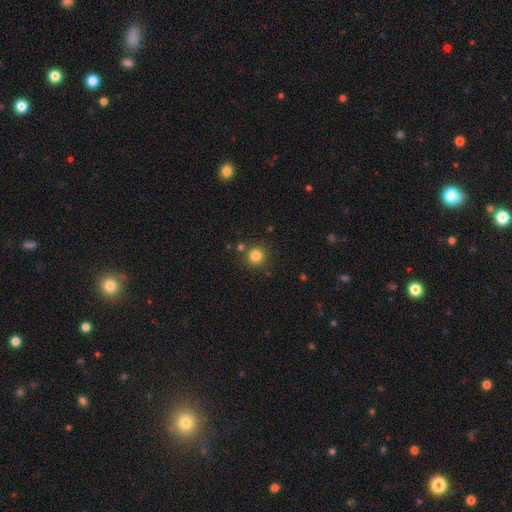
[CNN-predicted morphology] smooth 82%, star or artifact 12%, featured or disk 5%. Down the decision tree: how rounded — round (94%); merging — none (83%).